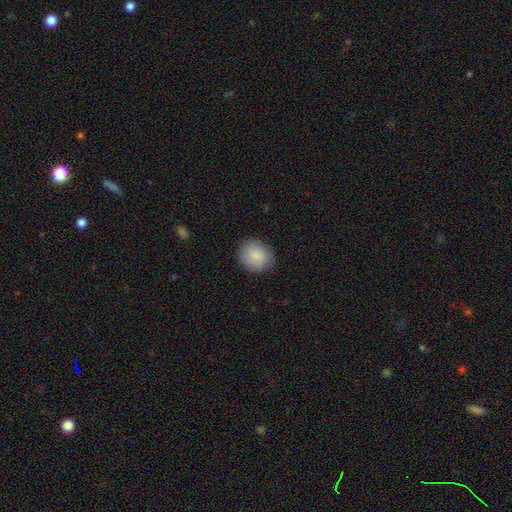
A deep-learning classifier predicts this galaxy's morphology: Q: Smooth or featured?
A: smooth (87%); runner-up: star or artifact (7%)
Q: How rounded?
A: round (80%); runner-up: in between (19%)
Q: Merging?
A: none (85%); runner-up: minor disturbance (11%)